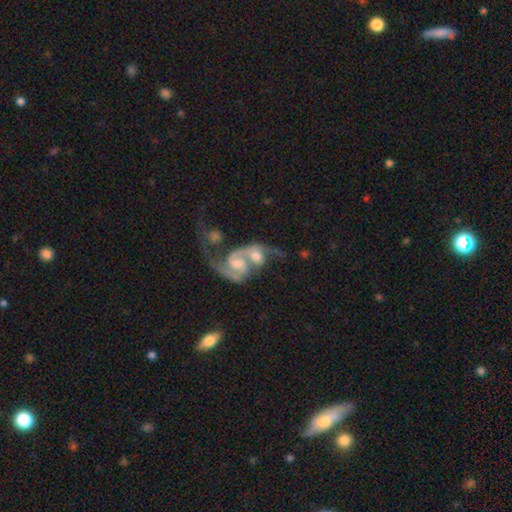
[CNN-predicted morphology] A featured or disk galaxy (78%) with no bar (56%), 2 (85%) medium (43%) spiral arms (92%) and a moderate central bulge (48%). Merging: merger (75%).